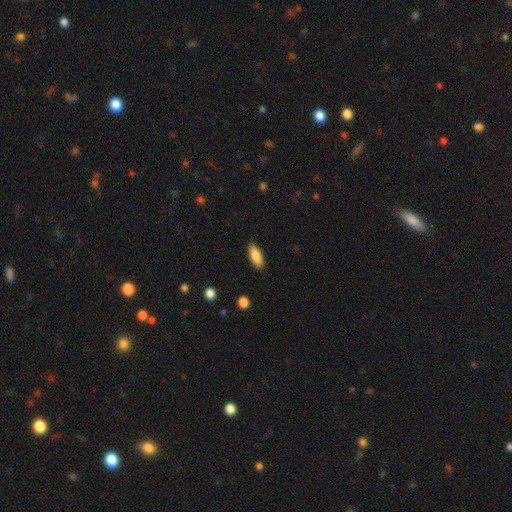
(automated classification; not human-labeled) The model was most divided on "how rounded": in between: 72%, cigar-shaped: 26%, round: 2%. More confident: merging — none (87%); smooth or featured — smooth (85%).